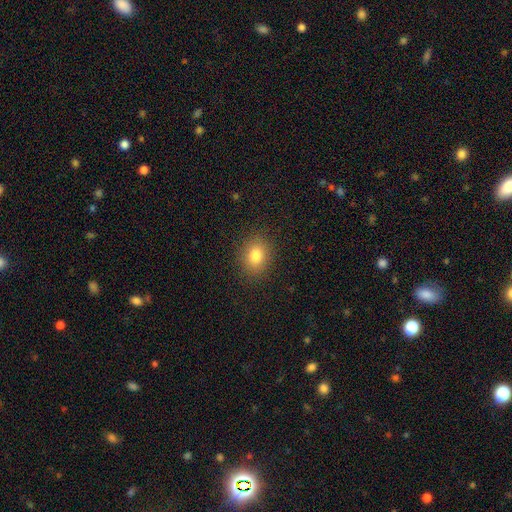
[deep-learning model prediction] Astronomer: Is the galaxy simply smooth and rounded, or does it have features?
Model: smooth — 81%.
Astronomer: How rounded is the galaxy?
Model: round — 51% (runner-up: in between, 48%).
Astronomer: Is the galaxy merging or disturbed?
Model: none — 88%.